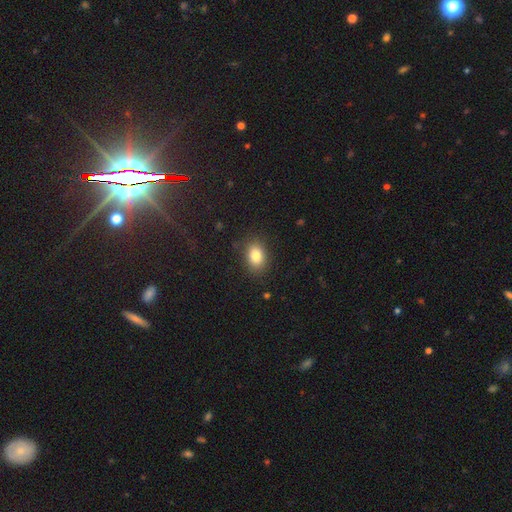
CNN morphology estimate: The model was most divided on "how rounded": in between: 74%, round: 25%, cigar-shaped: 1%. More confident: merging — none (85%); smooth or featured — smooth (83%).